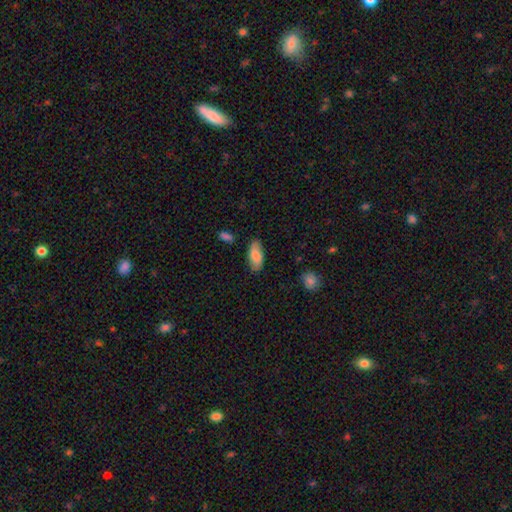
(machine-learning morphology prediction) Smooth or featured: smooth — 84% (featured or disk — 10%)
How rounded: in between — 87% (cigar-shaped — 11%)
Merging: none — 81% (minor disturbance — 14%)